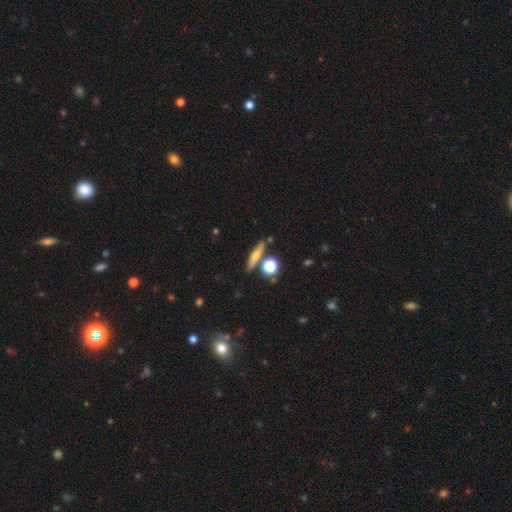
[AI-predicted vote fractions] smooth 51%, featured or disk 37%, star or artifact 12%. Down the decision tree: how rounded — cigar-shaped (68%); merging — none (77%).